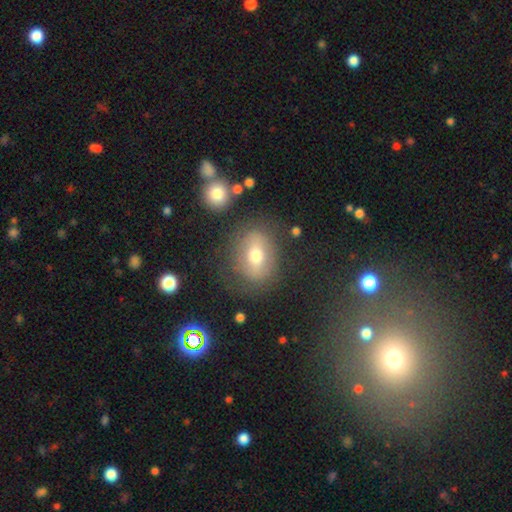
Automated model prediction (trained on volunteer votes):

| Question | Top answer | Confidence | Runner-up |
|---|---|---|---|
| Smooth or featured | smooth | 52% | featured or disk (35%) |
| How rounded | in between | 64% | round (33%) |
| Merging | none | 73% | minor disturbance (16%) |